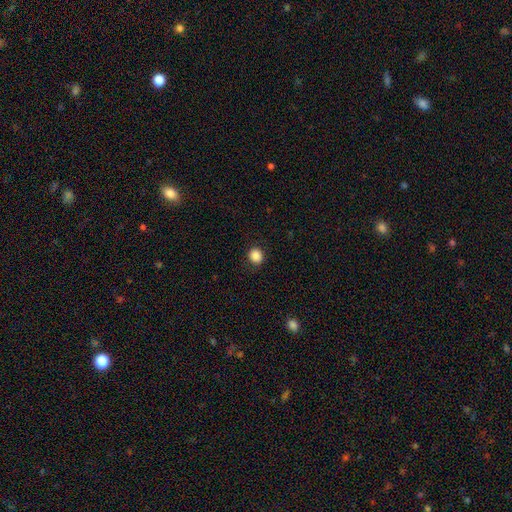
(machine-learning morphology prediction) type=smooth (87%); roundness=round (84%); merging=none (90%).